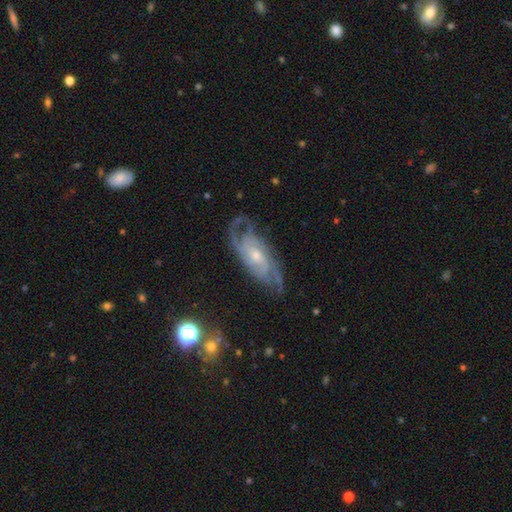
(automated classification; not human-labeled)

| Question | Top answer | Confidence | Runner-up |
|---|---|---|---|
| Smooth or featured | featured or disk | 86% | smooth (8%) |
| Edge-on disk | no | 92% | yes (8%) |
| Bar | no | 61% | weak (31%) |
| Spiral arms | yes | 96% | no (4%) |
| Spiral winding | tight | 48% | medium (40%) |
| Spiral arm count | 2 | 30% | can't tell (29%) |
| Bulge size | small | 61% | moderate (34%) |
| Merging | none | 69% | minor disturbance (19%) |